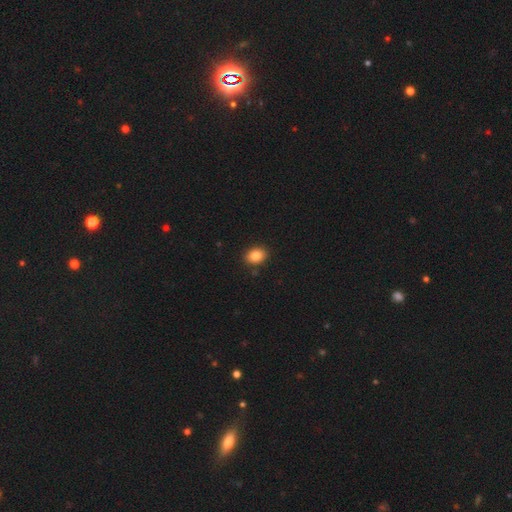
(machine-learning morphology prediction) Smooth or featured? smooth (85%)
How rounded? in between (62%)
Merging? none (89%)